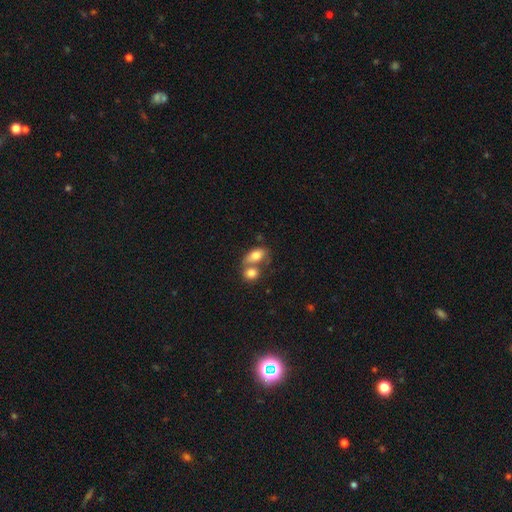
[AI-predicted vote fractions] Smooth or featured? smooth (74%)
How rounded? in between (82%)
Merging? merger (55%)